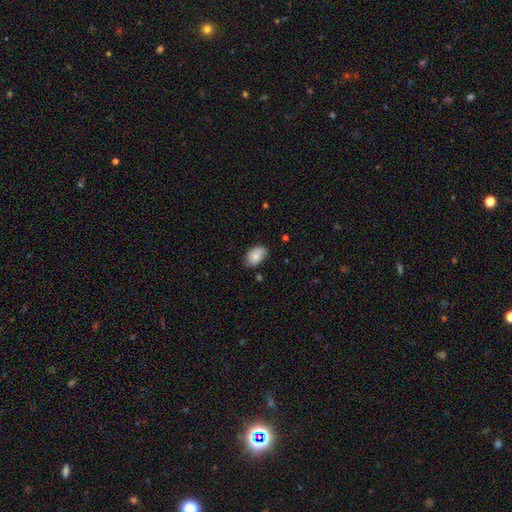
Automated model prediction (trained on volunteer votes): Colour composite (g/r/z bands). It shows a smooth galaxy with no disk features (80%) that is in between round and cigar-shaped (92%). Merging: none (72%).